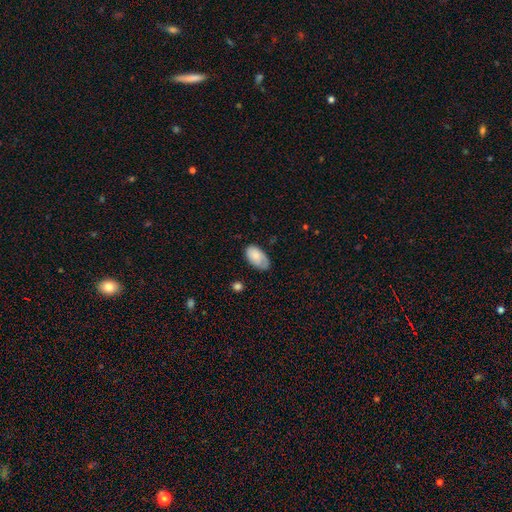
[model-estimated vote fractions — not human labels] This is likely a smooth galaxy (73%). How rounded: clearly in between (94%). Merging: likely none (63%).